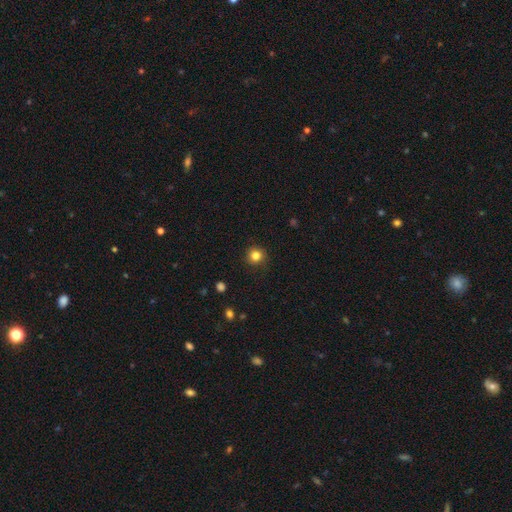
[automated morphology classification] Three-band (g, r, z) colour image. It shows a smooth galaxy with no disk features (83%) that is round (92%). Merging: none (89%).